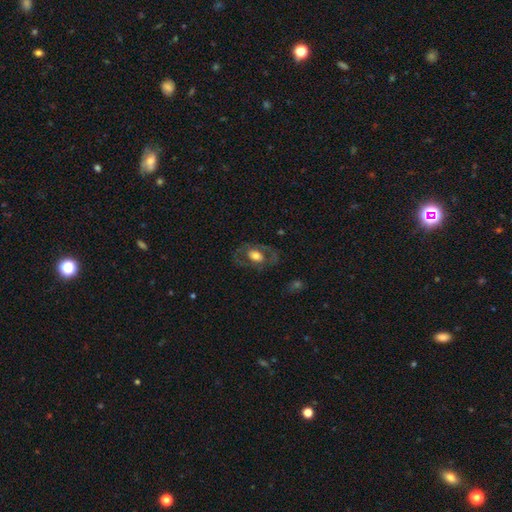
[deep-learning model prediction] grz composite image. It shows a featured or disk galaxy (50%). Merging: none (71%).